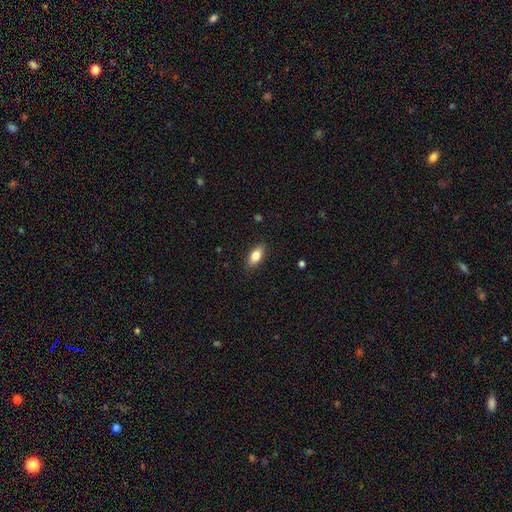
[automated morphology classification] Smooth or featured? smooth (79%)
How rounded? in between (85%)
Merging? none (87%)